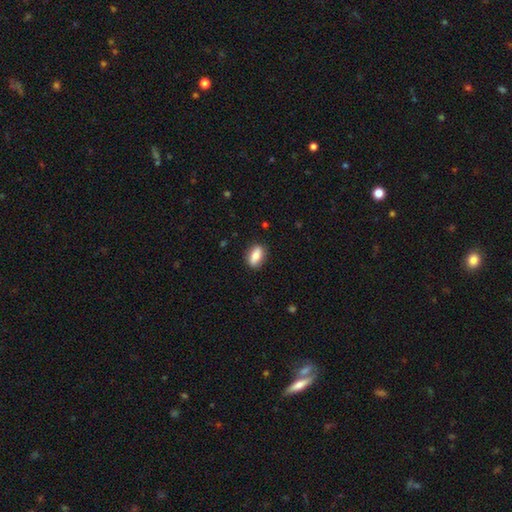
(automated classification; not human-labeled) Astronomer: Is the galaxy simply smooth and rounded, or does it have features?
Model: smooth — 74%.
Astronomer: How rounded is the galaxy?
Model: in between — 82%.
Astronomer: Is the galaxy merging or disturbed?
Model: none — 86%.